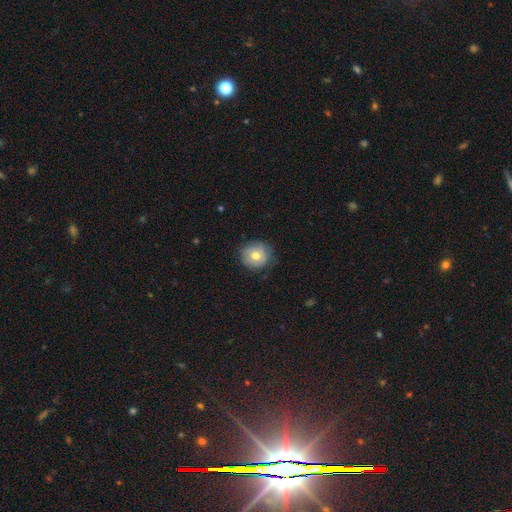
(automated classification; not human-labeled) smooth 62%, featured or disk 29%, star or artifact 9%. Down the decision tree: how rounded — round (91%); merging — none (76%).